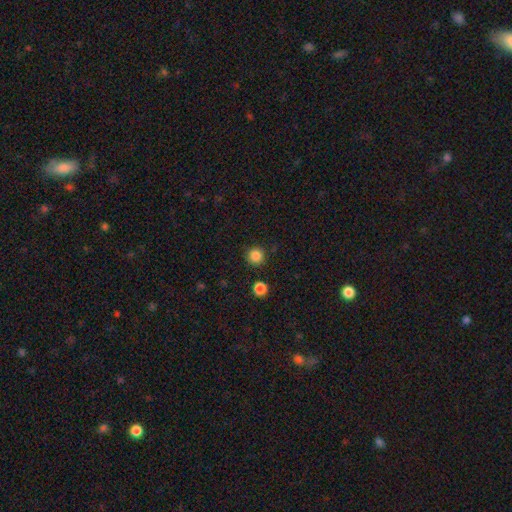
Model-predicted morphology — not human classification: smooth-or-featured: smooth: 85% | star or artifact: 12% | featured or disk: 3%
  how-rounded: round: 95% | in between: 4% | cigar-shaped: 1%
  merging: none: 90% | minor disturbance: 6% | merger: 2% | major disturbance: 2%